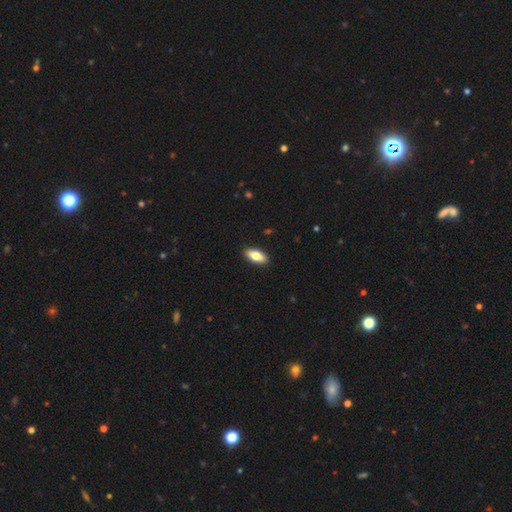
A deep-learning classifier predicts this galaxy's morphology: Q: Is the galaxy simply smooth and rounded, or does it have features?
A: smooth — 75%.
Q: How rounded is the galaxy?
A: in between — 83%.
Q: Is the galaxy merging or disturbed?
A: none — 91%.